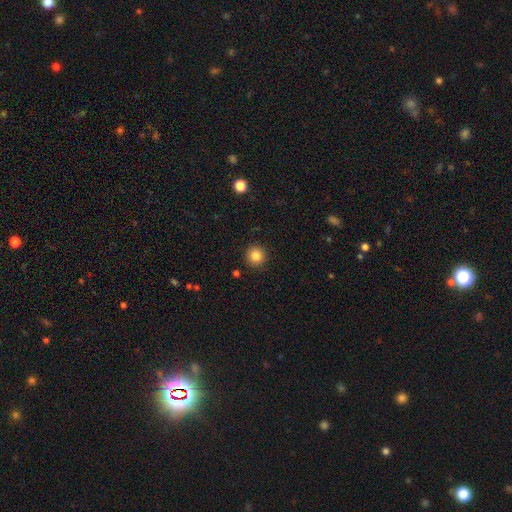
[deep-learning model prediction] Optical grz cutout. It shows a smooth galaxy with no disk features (84%) that is round (94%). Merging: none (91%).